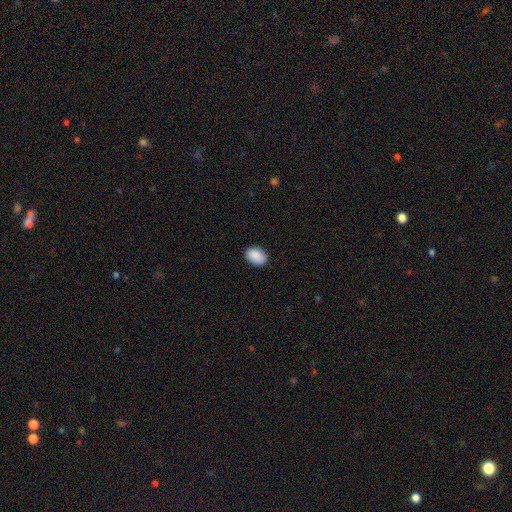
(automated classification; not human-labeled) smooth-or-featured: smooth: 90% | star or artifact: 7% | featured or disk: 3%
  how-rounded: in between: 79% | round: 20% | cigar-shaped: 1%
  merging: none: 87% | minor disturbance: 10% | major disturbance: 2% | merger: 1%